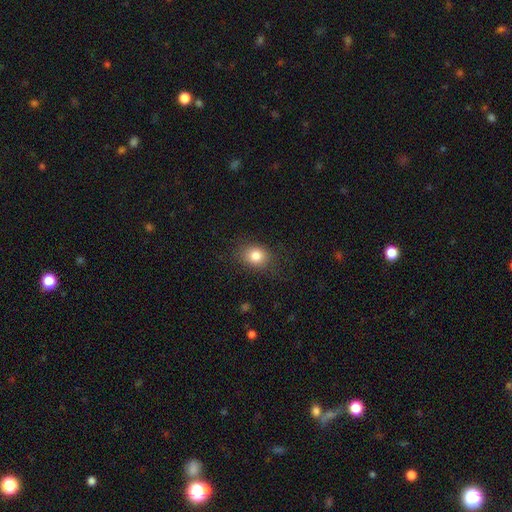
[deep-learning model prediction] A smooth galaxy with no disk features (82%) that is in between round and cigar-shaped (51%).

Vote fractions:
- Smooth or featured? smooth: 82% / star or artifact: 10% / featured or disk: 7%
- How rounded? in between: 51% / round: 48% / cigar-shaped: 1%
- Merging? none: 79% / minor disturbance: 14% / major disturbance: 5% / merger: 1%